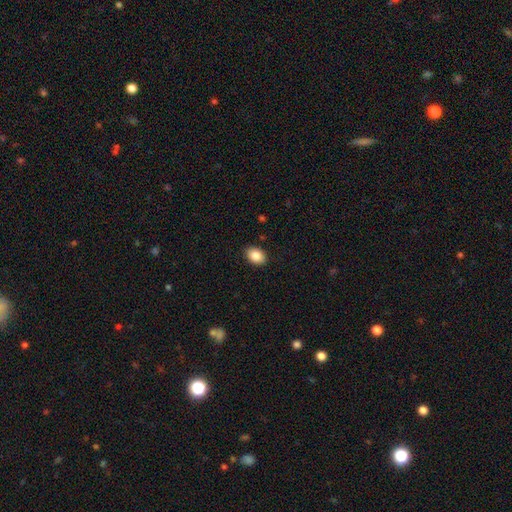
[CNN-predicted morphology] type=smooth (86%); roundness=in between (75%); merging=none (90%).